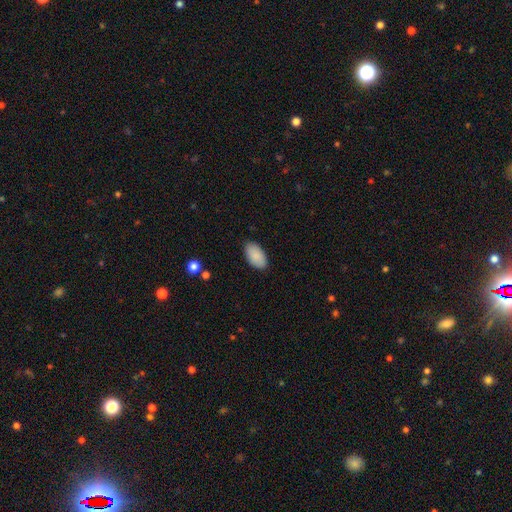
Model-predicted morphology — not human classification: Overall: smooth (89%). How rounded: in between (95%). Merging: none (87%).